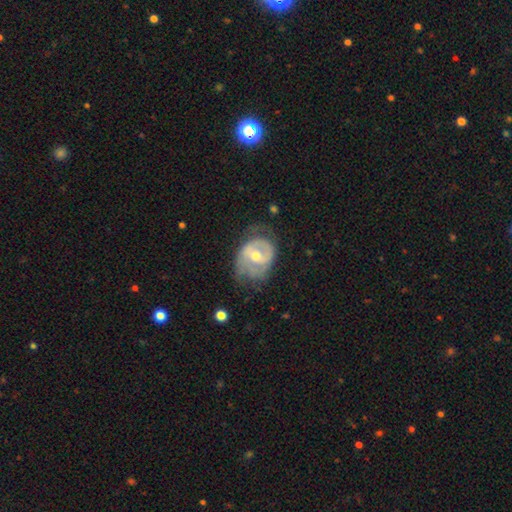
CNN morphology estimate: Overall: featured or disk (70%). Edge-on disk: no (96%). Bar: no (42%; weak 41%). Spiral arms: yes (62%; no 38%). Bulge size: moderate (70%). Merging: none (45%; minor disturbance 32%).